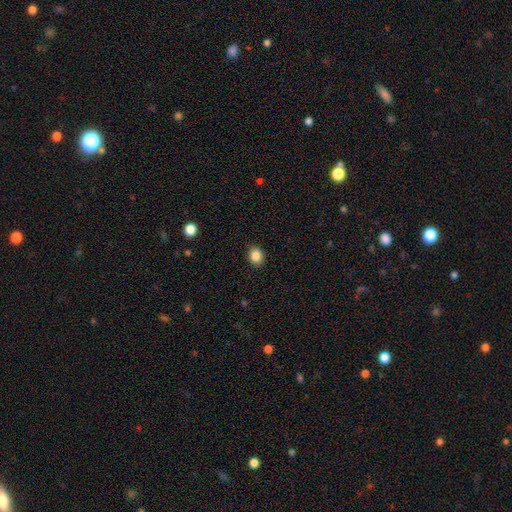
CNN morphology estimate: This is clearly a smooth galaxy (86%). How rounded: possibly round (55%). Merging: clearly none (89%).